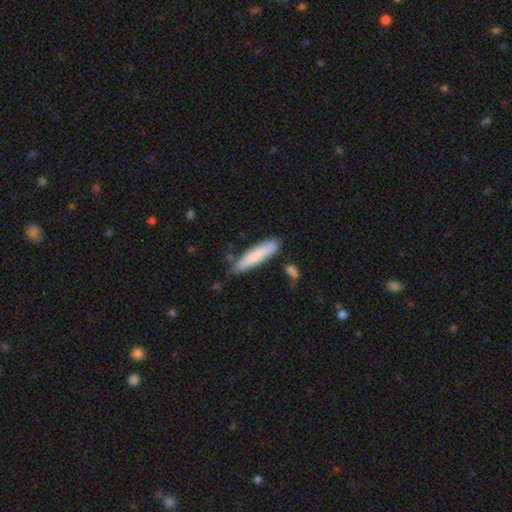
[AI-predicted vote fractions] Q: Smooth or featured?
A: smooth (79%); runner-up: featured or disk (16%)
Q: How rounded?
A: cigar-shaped (84%); runner-up: in between (15%)
Q: Merging?
A: none (76%); runner-up: minor disturbance (16%)